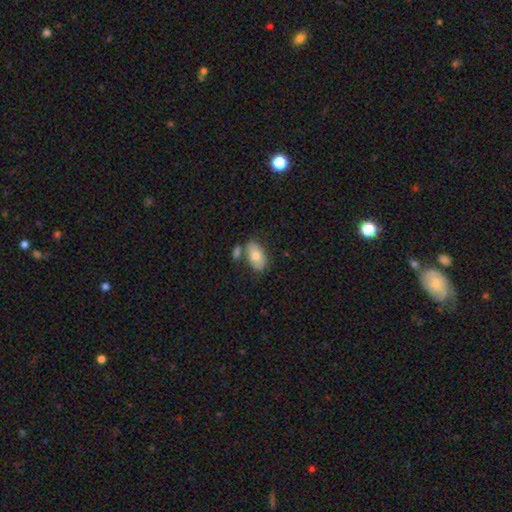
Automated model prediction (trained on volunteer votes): This appears to be a smooth galaxy with no disk features (73%) that is in between round and cigar-shaped (92%). Merging: none (64%).